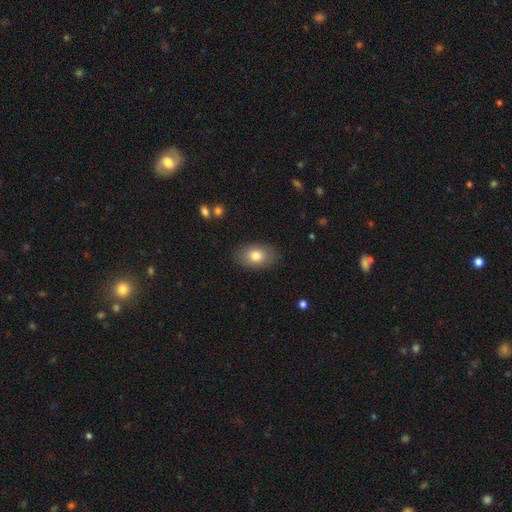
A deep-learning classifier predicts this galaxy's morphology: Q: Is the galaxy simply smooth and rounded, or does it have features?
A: smooth — 81%.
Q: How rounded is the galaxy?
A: in between — 87%.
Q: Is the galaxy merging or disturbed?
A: none — 86%.